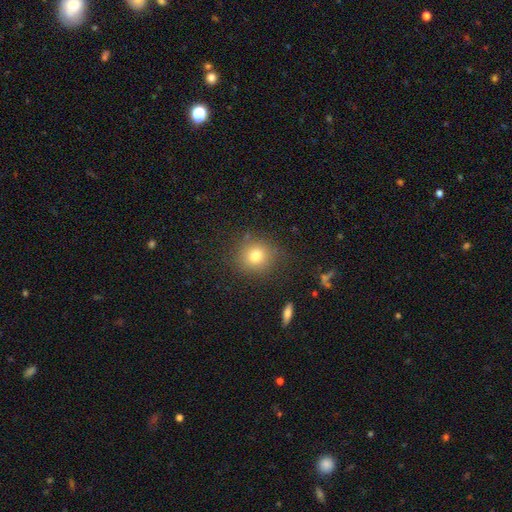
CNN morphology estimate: smooth-or-featured: smooth: 78% | star or artifact: 12% | featured or disk: 9%
  how-rounded: round: 83% | in between: 16% | cigar-shaped: 1%
  merging: none: 83% | minor disturbance: 11% | major disturbance: 4% | merger: 2%